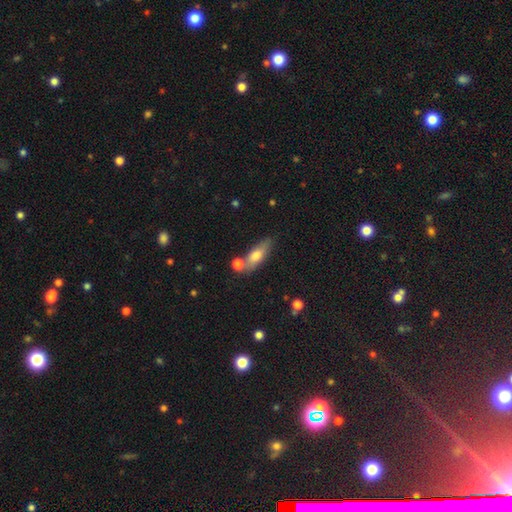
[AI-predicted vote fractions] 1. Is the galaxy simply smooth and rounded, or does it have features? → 68% smooth, 25% featured or disk, 7% star or artifact.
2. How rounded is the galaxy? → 60% in between, 36% cigar-shaped, 4% round.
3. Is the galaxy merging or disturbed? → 59% none, 21% merger, 16% minor disturbance, 5% major disturbance.